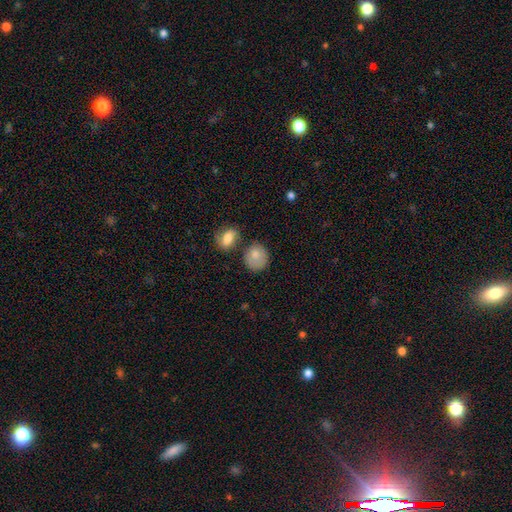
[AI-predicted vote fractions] This is likely a smooth galaxy (79%). How rounded: likely round (74%). Merging: possibly none (58%).